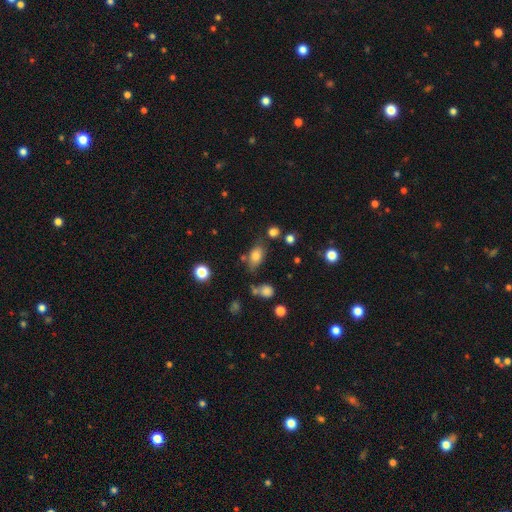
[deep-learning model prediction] smooth_or_featured: smooth (p=0.78) [alt: featured or disk p=0.11]
how_rounded: in between (p=0.85) [alt: round p=0.11]
merging: none (p=0.67) [alt: minor disturbance p=0.18]